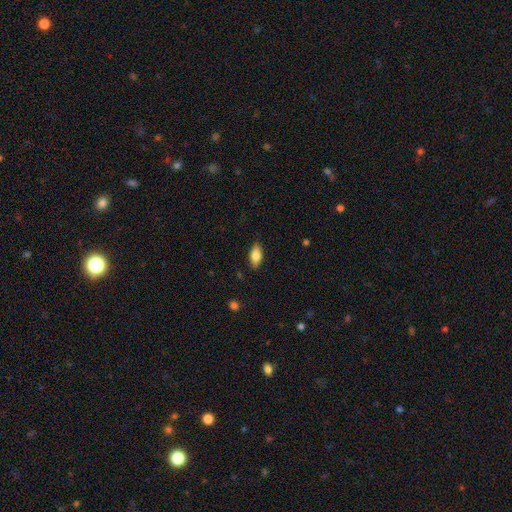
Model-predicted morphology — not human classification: Q: Smooth or featured?
A: smooth (77%); runner-up: featured or disk (16%)
Q: How rounded?
A: in between (87%); runner-up: cigar-shaped (9%)
Q: Merging?
A: none (86%); runner-up: minor disturbance (11%)